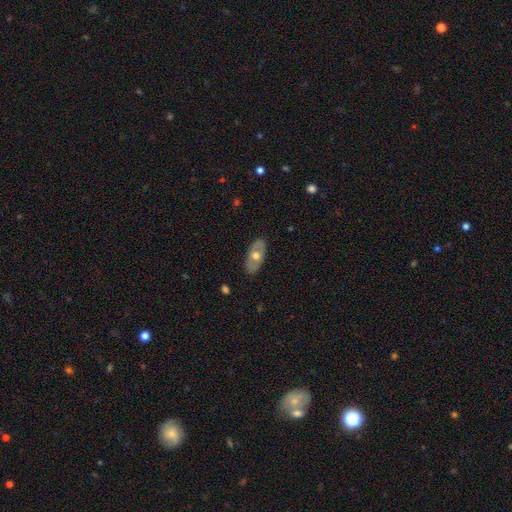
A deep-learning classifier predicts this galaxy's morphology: A smooth galaxy with no disk features (51%) that is in between round and cigar-shaped (91%).

Vote fractions:
- Smooth or featured? smooth: 51% / featured or disk: 43% / star or artifact: 6%
- How rounded? in between: 91% / round: 5% / cigar-shaped: 4%
- Merging? none: 85% / minor disturbance: 11% / major disturbance: 2% / merger: 1%